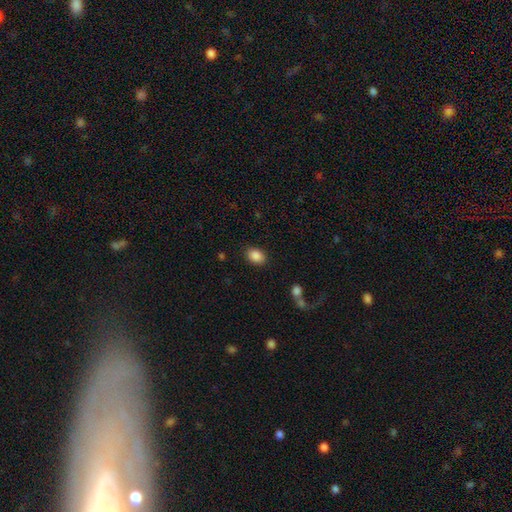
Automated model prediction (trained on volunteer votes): Morphology: type=smooth (88%); roundness=in between (75%); merging=none (86%).